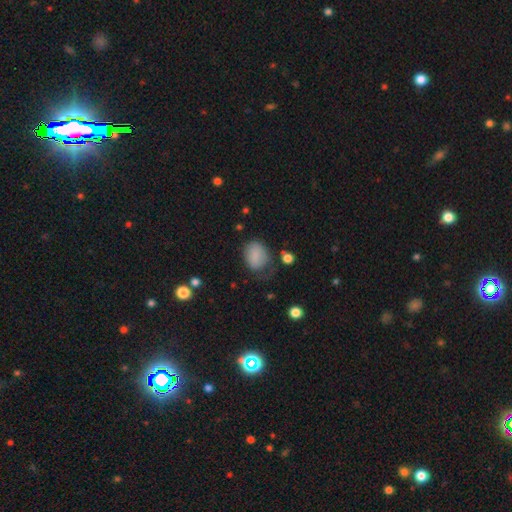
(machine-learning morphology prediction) Smooth or featured? smooth (83%)
How rounded? in between (63%)
Merging? none (53%)